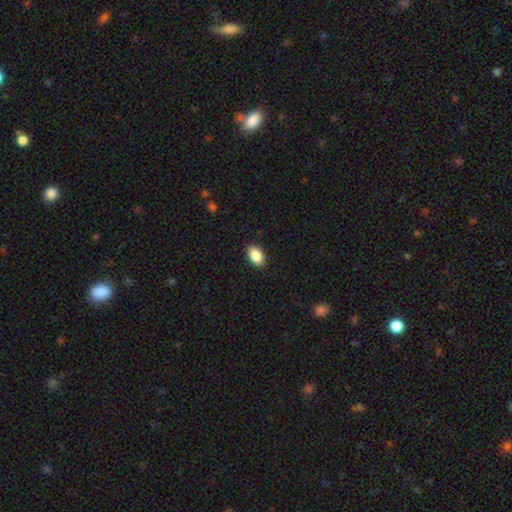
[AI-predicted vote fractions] Smooth or featured?
  - smooth: 89% *
  - star or artifact: 7%
  - featured or disk: 4%
How rounded?
  - in between: 93% *
  - round: 5%
  - cigar-shaped: 2%
Merging?
  - none: 89% *
  - minor disturbance: 8%
  - major disturbance: 2%
  - merger: 1%